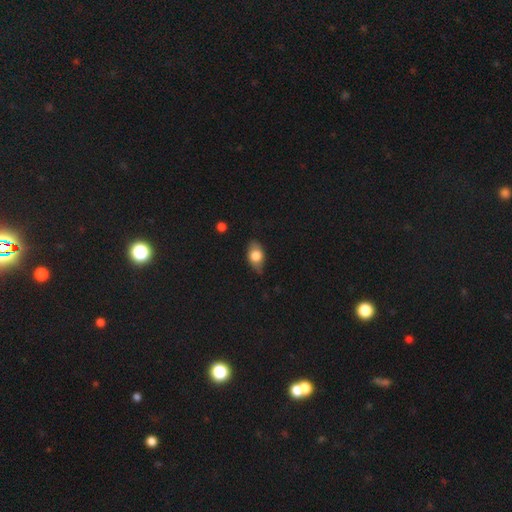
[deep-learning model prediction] smooth-or-featured: smooth: 72% | featured or disk: 20% | star or artifact: 7%
  how-rounded: in between: 85% | round: 12% | cigar-shaped: 3%
  merging: none: 74% | minor disturbance: 20% | major disturbance: 4% | merger: 1%